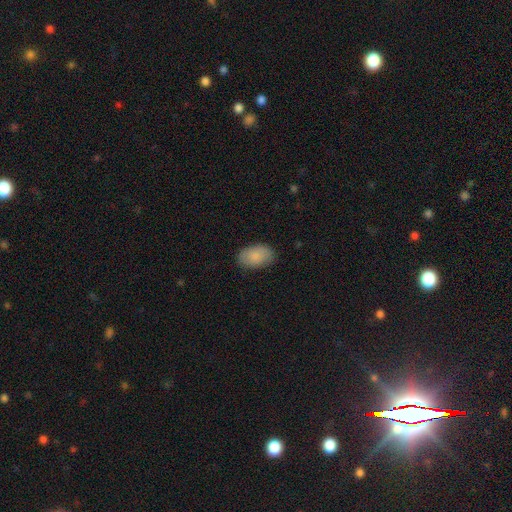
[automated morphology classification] The model was most divided on "merging": none: 83%, minor disturbance: 13%, major disturbance: 3%, merger: 1%. More confident: how rounded — in between (90%); smooth or featured — smooth (86%).